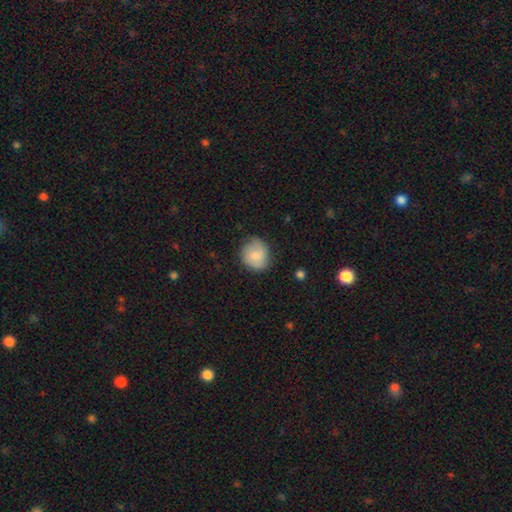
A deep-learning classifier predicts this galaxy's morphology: Smooth or featured: smooth — 72% (featured or disk — 21%)
How rounded: round — 81% (in between — 18%)
Merging: none — 72% (minor disturbance — 21%)